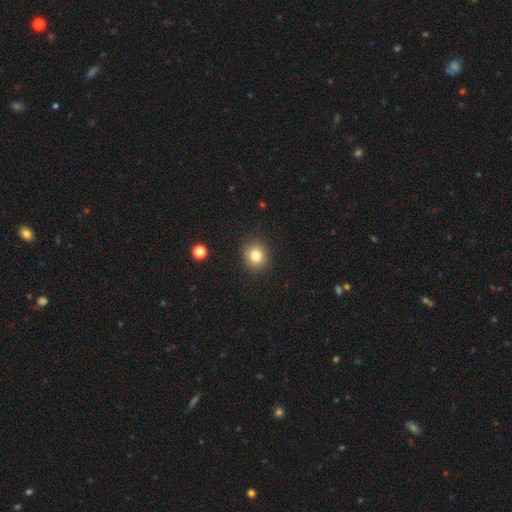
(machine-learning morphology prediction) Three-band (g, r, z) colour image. It shows a smooth galaxy with no disk features (81%) that is round (84%). Merging: none (89%).